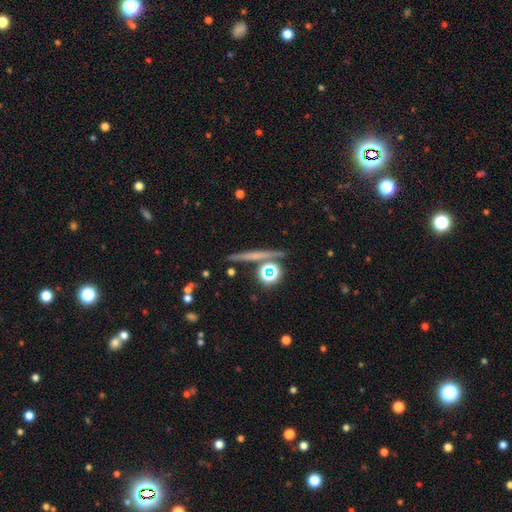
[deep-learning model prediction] Smooth or featured? featured or disk (38%)
Merging? none (83%)